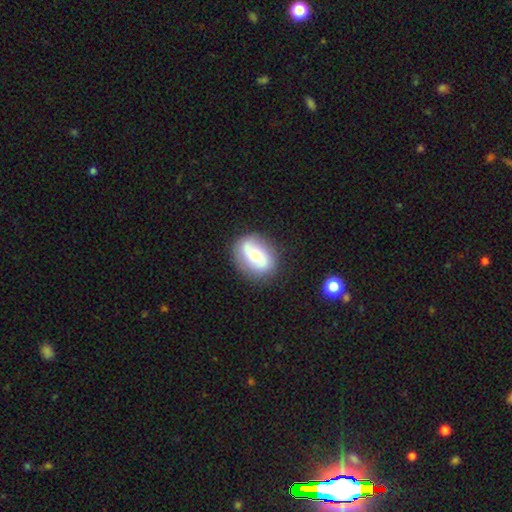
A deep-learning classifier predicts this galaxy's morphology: Smooth or featured?
  - featured or disk: 59% *
  - smooth: 34%
  - star or artifact: 7%
Edge-on disk?
  - no: 94% *
  - yes: 6%
Bar?
  - no: 41% *
  - weak: 32%
  - strong: 26%
Spiral arms?
  - yes: 77% *
  - no: 23%
Bulge size?
  - moderate: 57% *
  - small: 32%
  - large: 8%
  - dominant: 2%
  - none: 2%
Merging?
  - none: 80% *
  - minor disturbance: 13%
  - major disturbance: 5%
  - merger: 2%